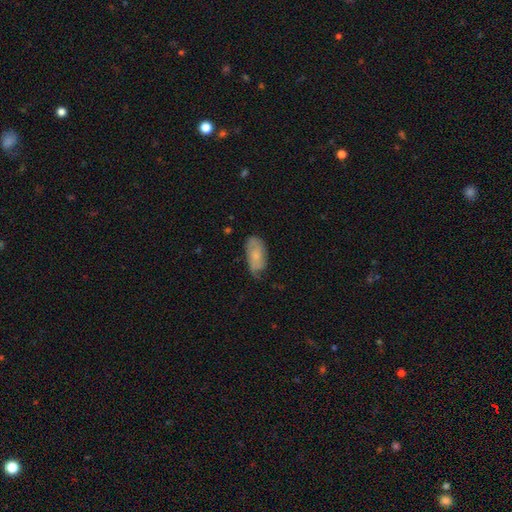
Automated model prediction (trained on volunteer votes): The model was most divided on "merging": none: 52%, minor disturbance: 36%, major disturbance: 11%, merger: 2%. More confident: how rounded — in between (91%); smooth or featured — smooth (63%).